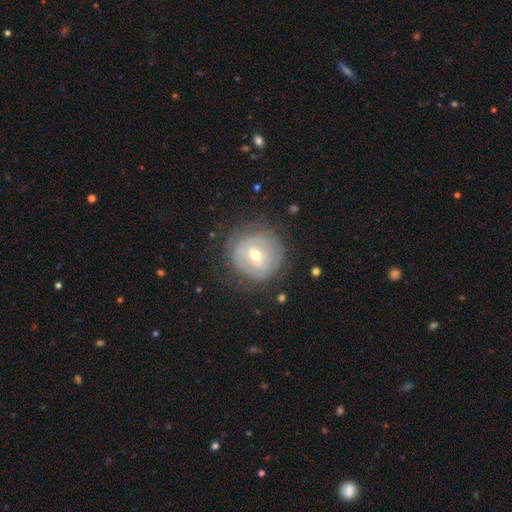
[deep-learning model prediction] featured or disk 64%, smooth 28%, star or artifact 8%. Down the decision tree: edge-on disk — no (96%); bar — weak (47%); spiral arms — yes (57%); bulge size — moderate (63%); merging — none (76%).